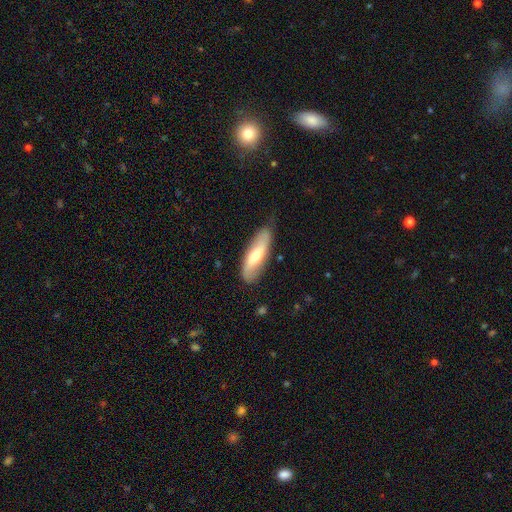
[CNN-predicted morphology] Smooth or featured: featured or disk — 49% (smooth — 45%)
Merging: none — 74% (minor disturbance — 20%)